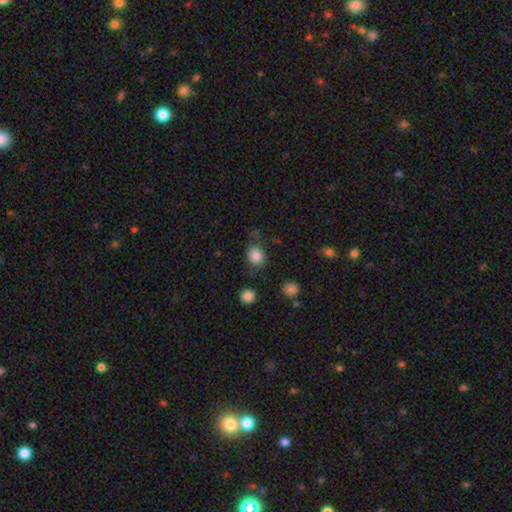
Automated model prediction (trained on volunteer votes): Overall: smooth (84%). How rounded: round (62%; in between 37%). Merging: none (74%).